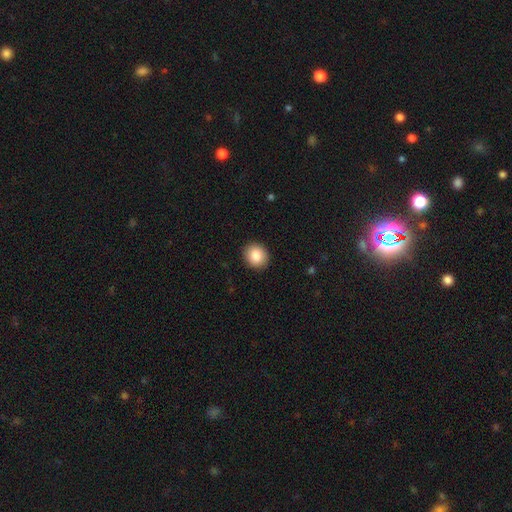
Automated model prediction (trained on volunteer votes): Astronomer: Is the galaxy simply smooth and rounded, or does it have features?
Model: smooth — 86%.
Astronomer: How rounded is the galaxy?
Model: round — 70%.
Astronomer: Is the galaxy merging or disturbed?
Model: none — 90%.